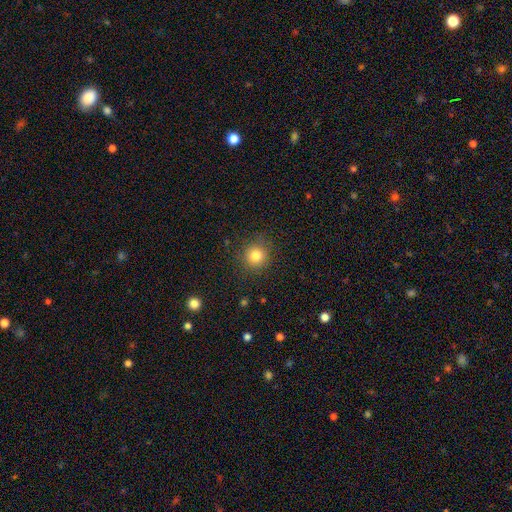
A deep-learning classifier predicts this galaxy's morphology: The model was most divided on "smooth or featured": smooth: 81%, star or artifact: 13%, featured or disk: 6%. More confident: how rounded — round (92%); merging — none (87%).